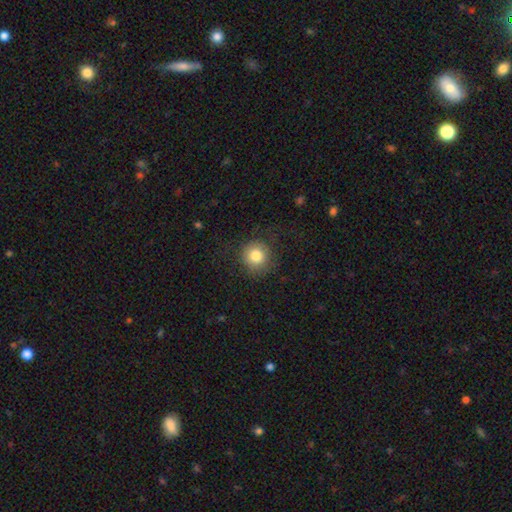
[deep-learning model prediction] This is clearly a smooth galaxy (82%). How rounded: clearly round (93%). Merging: clearly none (82%).